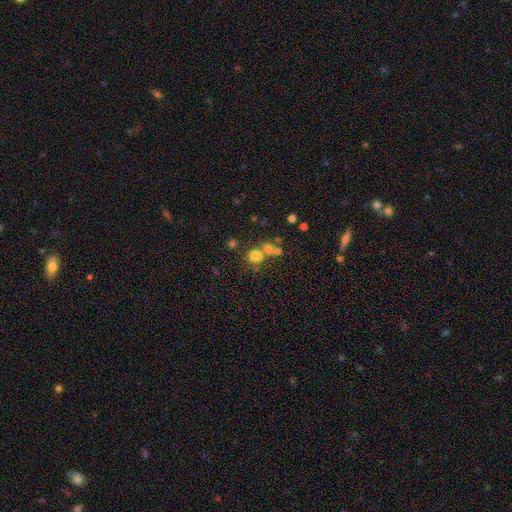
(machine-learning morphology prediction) The model was most divided on "merging": merger: 50%, none: 36%, minor disturbance: 9%, major disturbance: 6%. More confident: smooth or featured — smooth (67%); how rounded — round (57%).